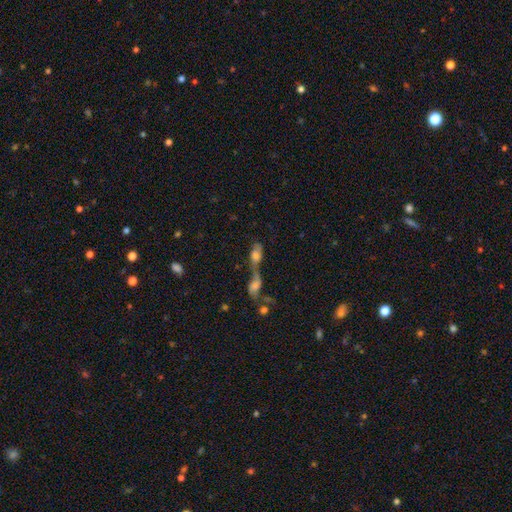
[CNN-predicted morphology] This is possibly a smooth galaxy (55%). How rounded: likely in between (74%). Merging: likely merger (80%).